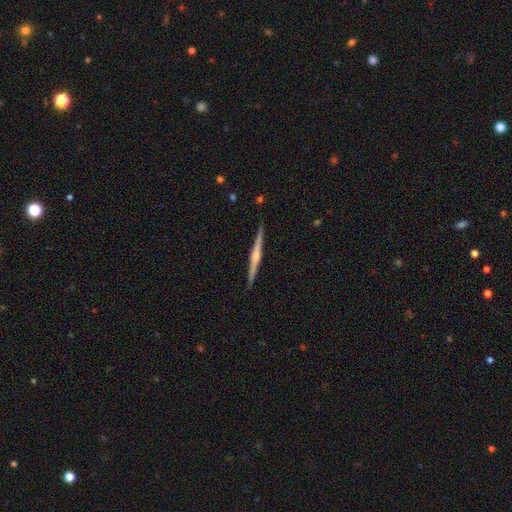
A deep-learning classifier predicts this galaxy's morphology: Smooth or featured? featured or disk (74%)
Edge-on disk? yes (99%)
Edge-on bulge? rounded (68%)
Merging? none (91%)